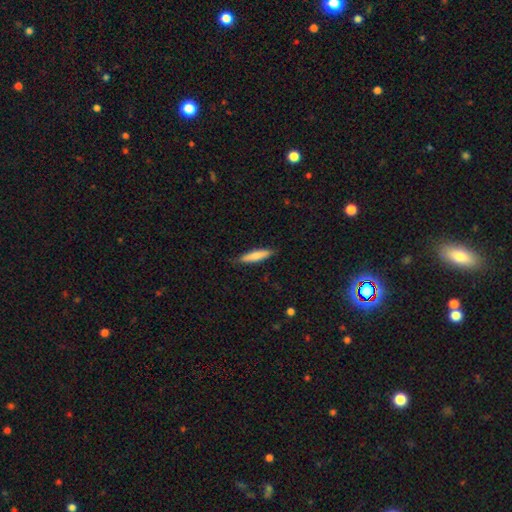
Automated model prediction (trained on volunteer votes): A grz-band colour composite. It shows a smooth galaxy with no disk features (79%) that is cigar-shaped (84%). Merging: none (86%).